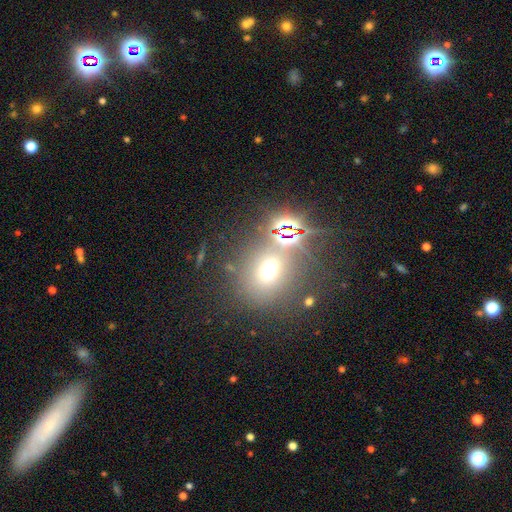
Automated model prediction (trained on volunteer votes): This appears to be a star or artifact, not a galaxy (43%, tied with smooth).